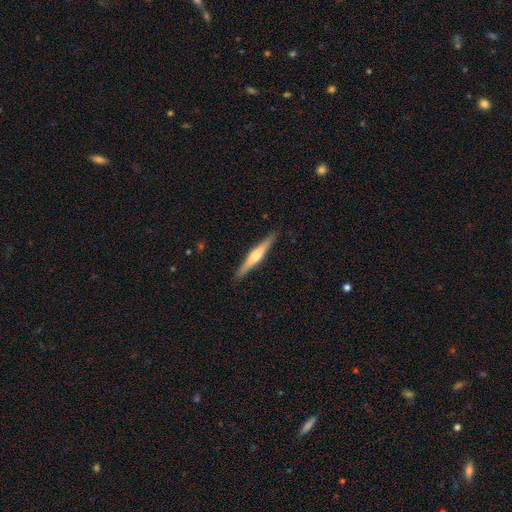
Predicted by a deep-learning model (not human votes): Overall: featured or disk (65%; smooth 30%). Edge-on disk: yes (97%). Edge-on bulge: rounded (87%). Merging: none (91%).